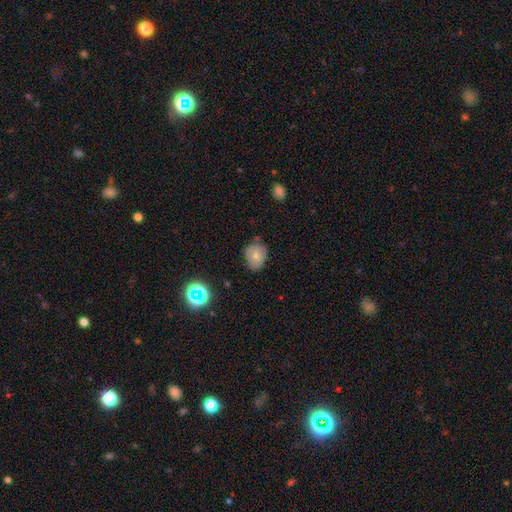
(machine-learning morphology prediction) This appears to be a smooth galaxy with no disk features (71%) that is round (50%). Merging: none (67%).